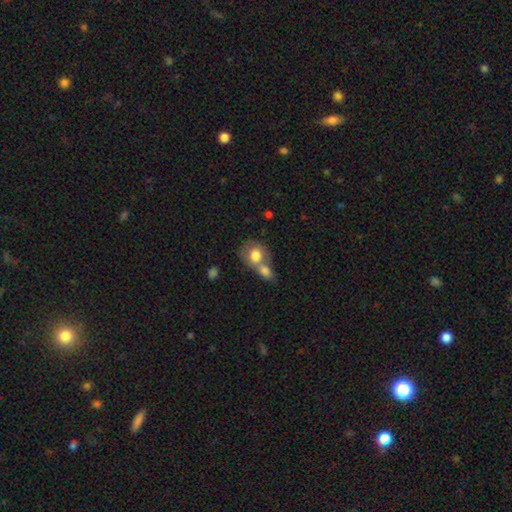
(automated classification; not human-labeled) A smooth galaxy with no disk features (74%) that is round (62%). Merging: merger (64%).